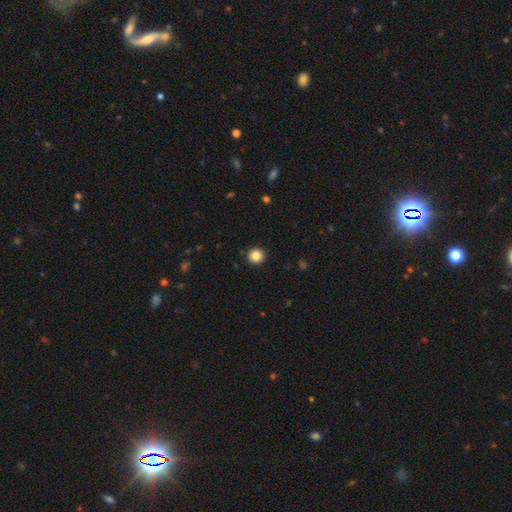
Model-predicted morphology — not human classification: smooth 85%, star or artifact 10%, featured or disk 5%. Down the decision tree: how rounded — round (94%); merging — none (93%).